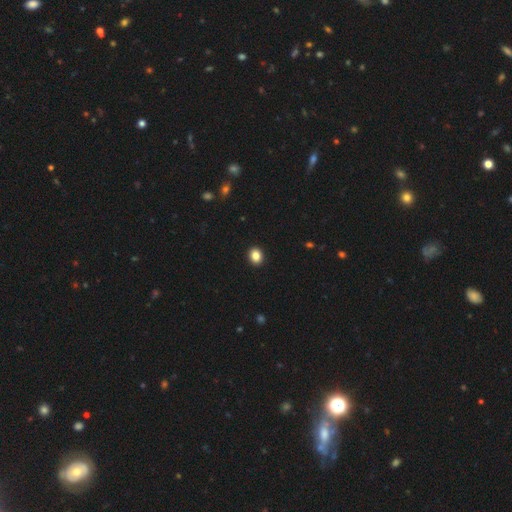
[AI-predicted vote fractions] Smooth or featured: smooth — 85% (star or artifact — 10%)
How rounded: round — 60% (in between — 39%)
Merging: none — 93% (minor disturbance — 5%)